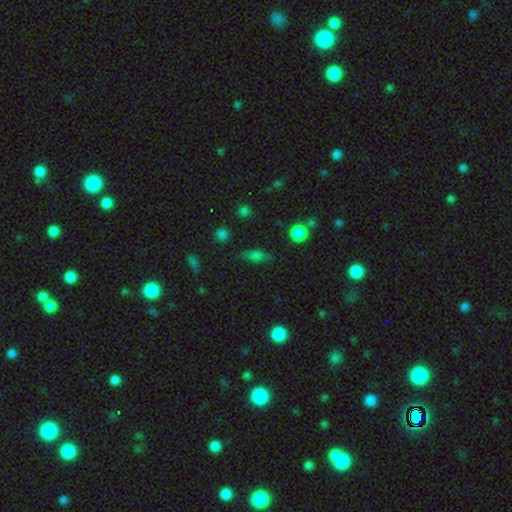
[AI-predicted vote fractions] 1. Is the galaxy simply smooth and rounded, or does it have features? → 61% smooth, 24% featured or disk, 15% star or artifact.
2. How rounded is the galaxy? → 53% in between, 36% cigar-shaped, 11% round.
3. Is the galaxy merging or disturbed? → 78% none, 15% minor disturbance, 5% major disturbance, 3% merger.